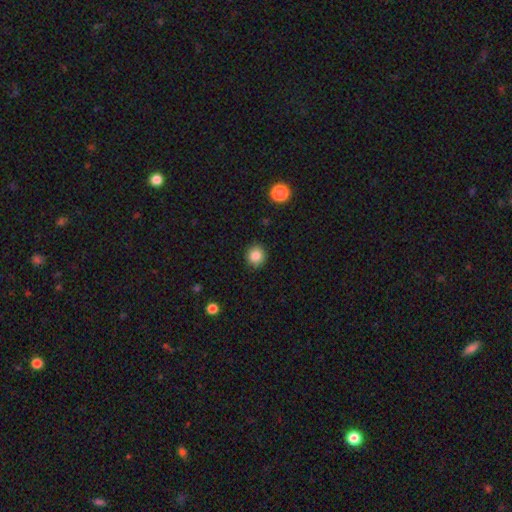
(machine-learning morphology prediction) The model was most divided on "smooth or featured": smooth: 85%, star or artifact: 10%, featured or disk: 5%. More confident: how rounded — round (92%); merging — none (91%).